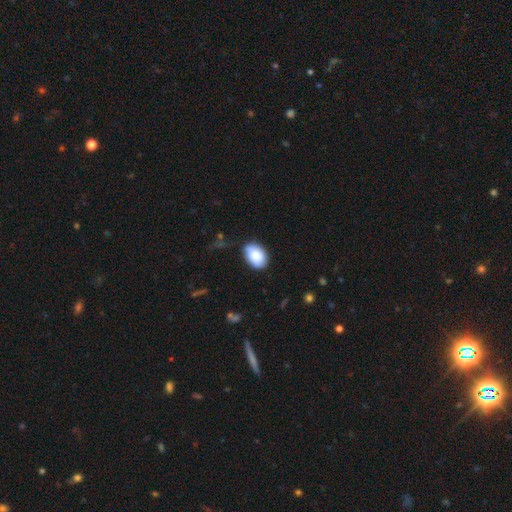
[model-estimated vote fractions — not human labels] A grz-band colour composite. It shows a smooth galaxy with no disk features (86%) that is in between round and cigar-shaped (87%). Merging: none (74%).